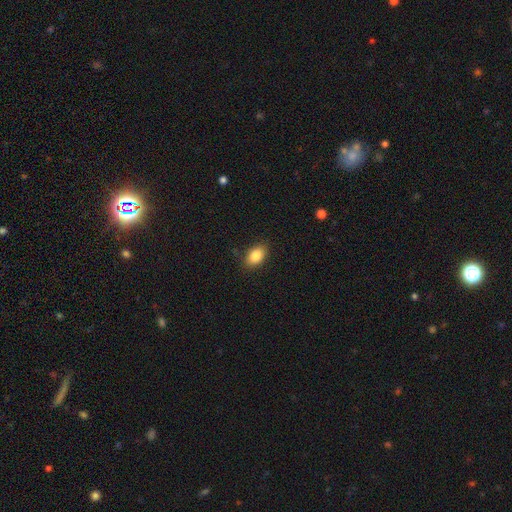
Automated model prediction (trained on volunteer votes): Overall: smooth (85%). How rounded: in between (87%). Merging: none (85%).